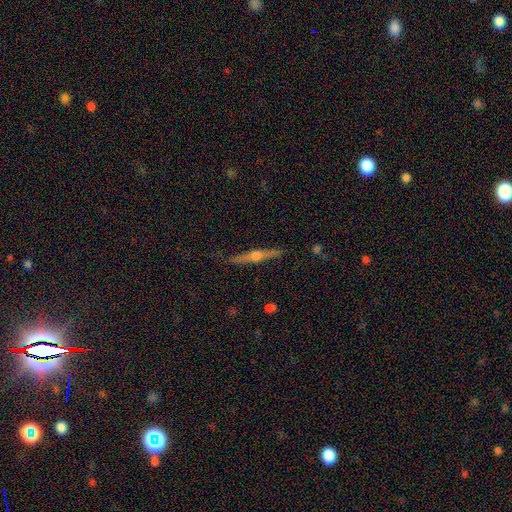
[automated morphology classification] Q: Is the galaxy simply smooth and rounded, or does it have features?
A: featured or disk — 80%.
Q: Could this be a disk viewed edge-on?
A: yes — 98%.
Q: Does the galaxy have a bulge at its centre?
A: rounded — 94%.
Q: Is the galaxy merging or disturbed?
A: none — 89%.